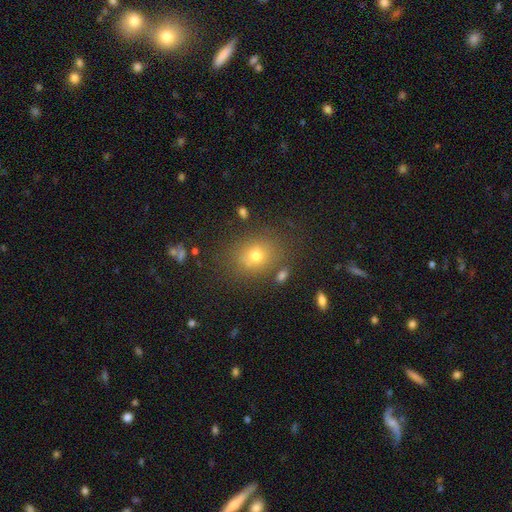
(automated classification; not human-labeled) smooth-or-featured: smooth: 70% | star or artifact: 18% | featured or disk: 12%
  how-rounded: round: 56% | in between: 43% | cigar-shaped: 1%
  merging: none: 77% | minor disturbance: 12% | merger: 6% | major disturbance: 5%